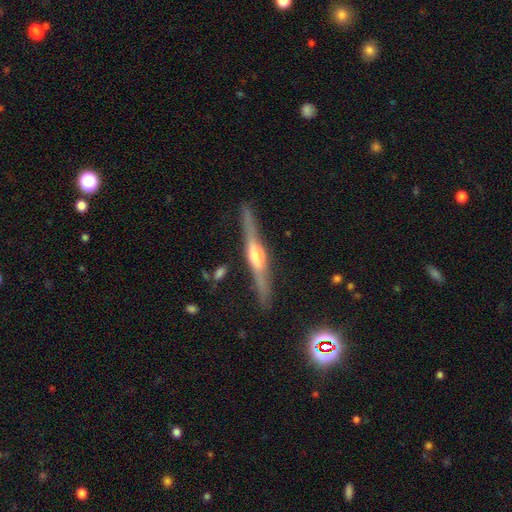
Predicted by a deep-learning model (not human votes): Overall: featured or disk (80%). Edge-on disk: yes (98%). Edge-on bulge: rounded (79%). Merging: none (88%).